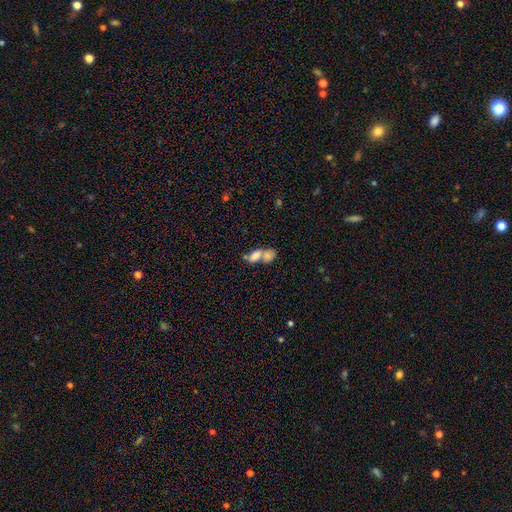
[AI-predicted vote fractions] Smooth or featured: smooth — 73% (featured or disk — 17%)
How rounded: in between — 85% (round — 10%)
Merging: merger — 73% (none — 16%)